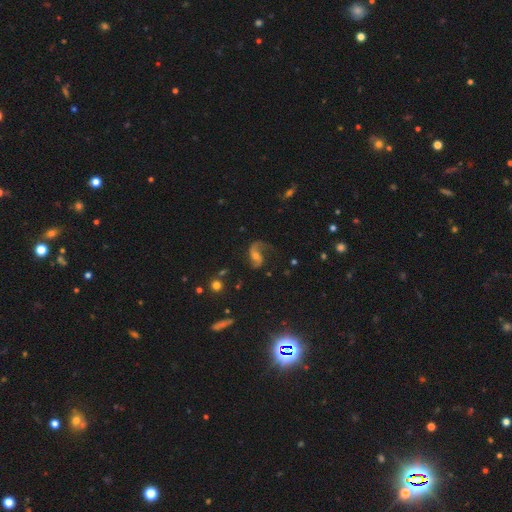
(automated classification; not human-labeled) Overall: featured or disk (77%). Edge-on disk: no (96%). Bar: no (44%; weak 40%). Spiral arms: yes (95%). Spiral arm count: 2 (69%). Spiral winding: loose (58%; medium 33%). Bulge size: moderate (42%; small 40%). Merging: none (57%; major disturbance 22%).